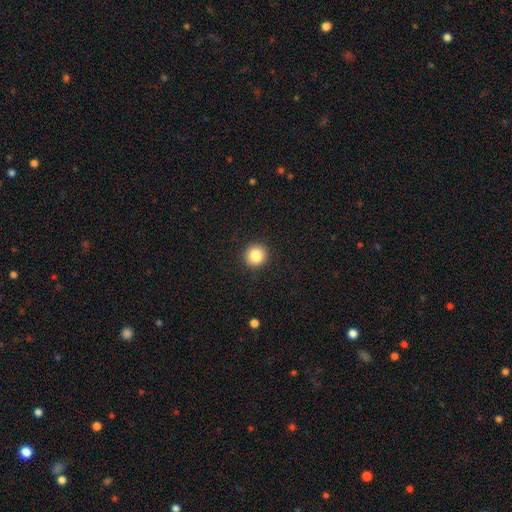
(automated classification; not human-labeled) This appears to be a smooth galaxy with no disk features (84%) that is round (93%). Merging: none (92%).